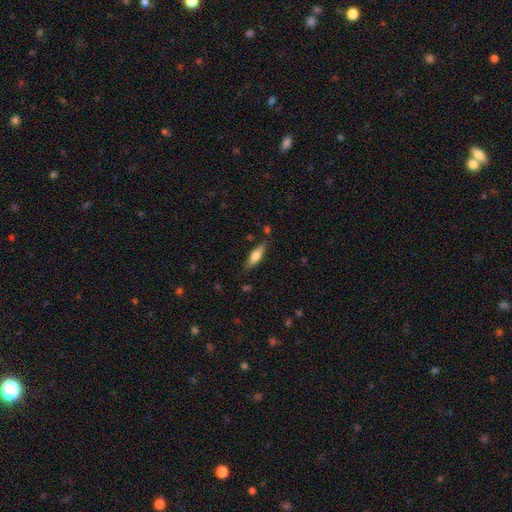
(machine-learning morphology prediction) Q: Smooth or featured?
A: smooth (66%); runner-up: featured or disk (28%)
Q: How rounded?
A: cigar-shaped (53%); runner-up: in between (45%)
Q: Merging?
A: none (79%); runner-up: minor disturbance (15%)